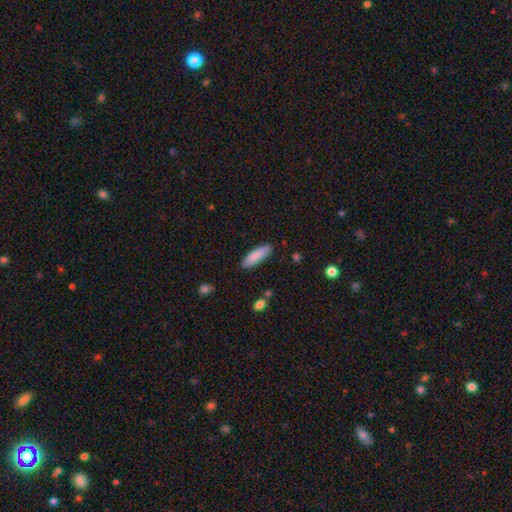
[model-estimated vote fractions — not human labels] Smooth or featured? Predicted: smooth (p=0.87). How rounded? Predicted: in between (p=0.50). Merging? Predicted: none (p=0.86).